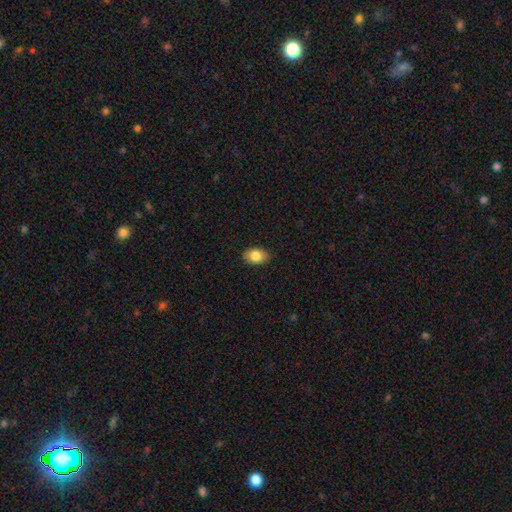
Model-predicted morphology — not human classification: Smooth or featured: smooth — 84% (star or artifact — 8%)
How rounded: in between — 83% (round — 16%)
Merging: none — 89% (minor disturbance — 8%)